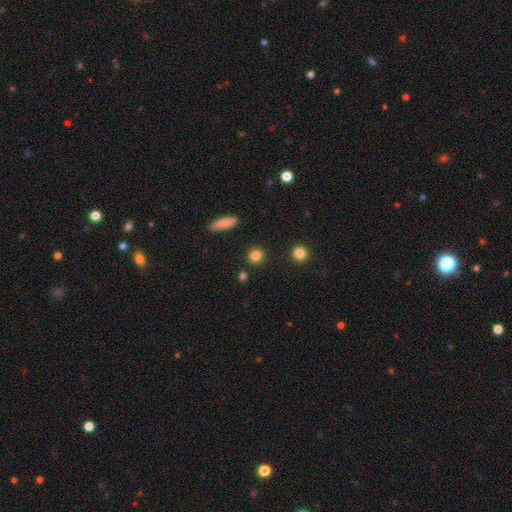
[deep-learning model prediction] A smooth galaxy with no disk features (84%) that is round (90%). Merging: none (90%).